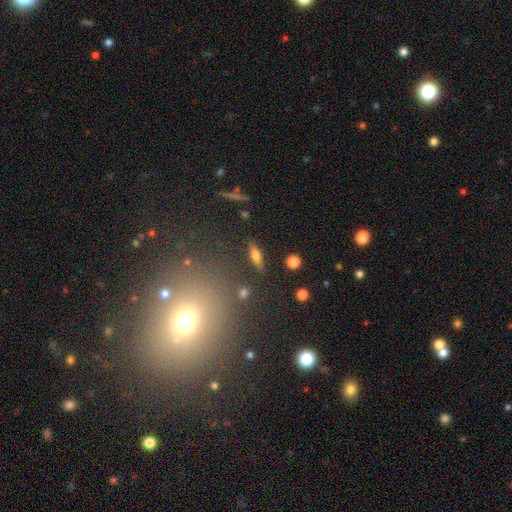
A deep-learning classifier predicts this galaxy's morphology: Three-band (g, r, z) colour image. It shows a smooth galaxy with no disk features (55%) that is cigar-shaped (48%). Merging: none (85%).